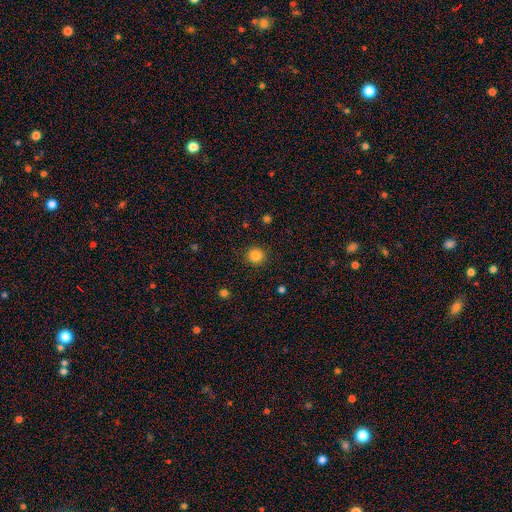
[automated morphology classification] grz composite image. It shows a smooth galaxy with no disk features (84%) that is round (94%). Merging: none (90%).